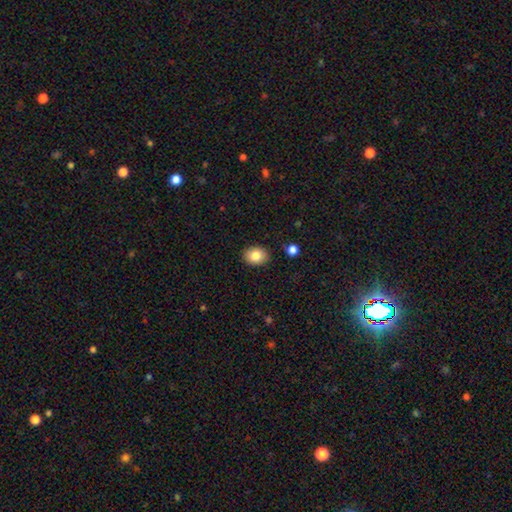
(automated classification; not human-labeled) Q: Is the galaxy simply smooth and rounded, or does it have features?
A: smooth — 82%.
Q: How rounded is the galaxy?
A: in between — 55%.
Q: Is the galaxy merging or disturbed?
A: none — 88%.